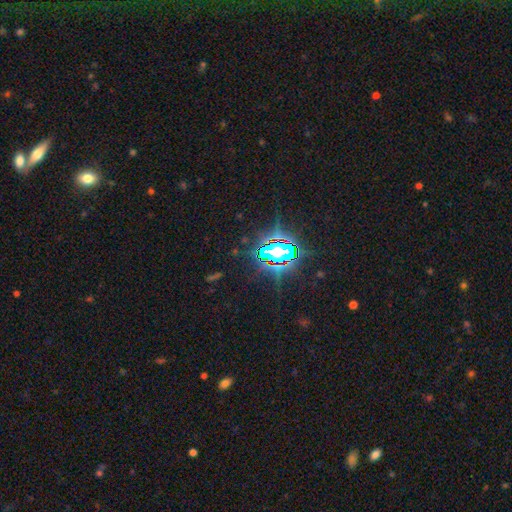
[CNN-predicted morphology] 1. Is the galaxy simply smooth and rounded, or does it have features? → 82% star or artifact, 10% smooth, 7% featured or disk.